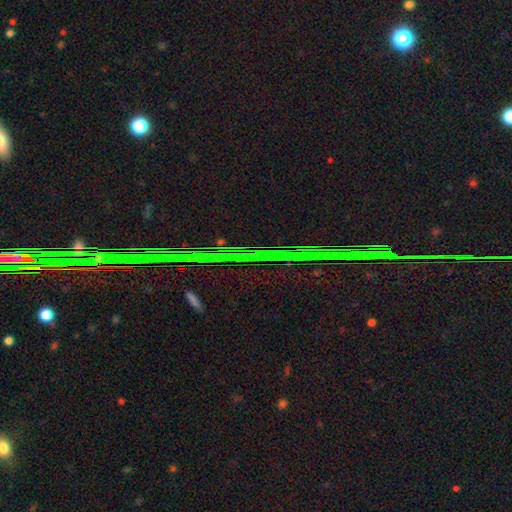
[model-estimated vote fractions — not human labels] Overall: star or artifact (87%).